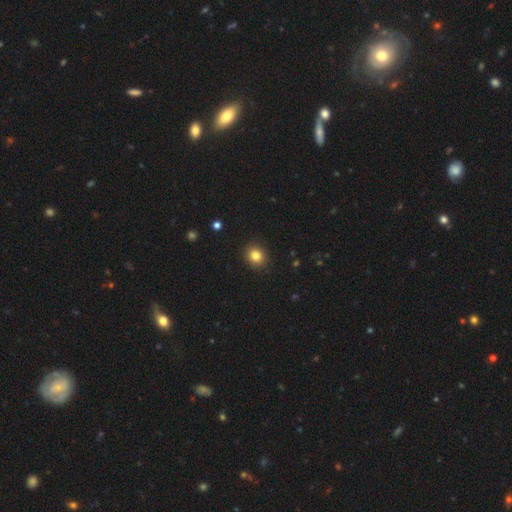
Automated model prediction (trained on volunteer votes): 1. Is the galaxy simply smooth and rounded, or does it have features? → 83% smooth, 11% star or artifact, 6% featured or disk.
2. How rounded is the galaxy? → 81% round, 18% in between, 1% cigar-shaped.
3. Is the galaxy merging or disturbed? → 91% none, 6% minor disturbance, 2% major disturbance, 1% merger.